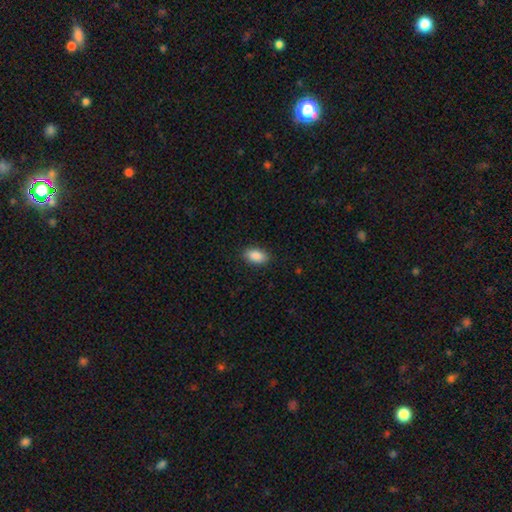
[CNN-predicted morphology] Smooth or featured? smooth (89%)
How rounded? in between (93%)
Merging? none (89%)